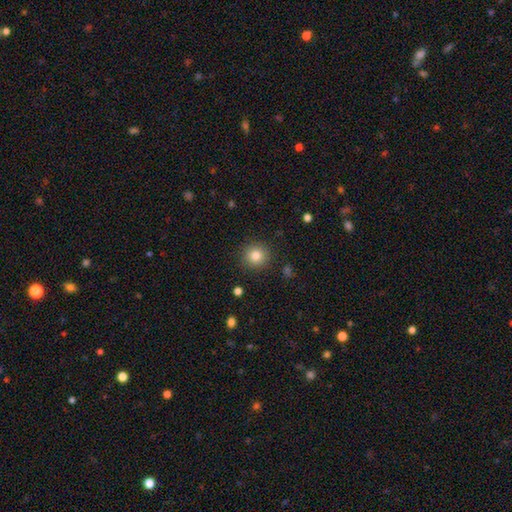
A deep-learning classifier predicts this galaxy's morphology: This is clearly a smooth galaxy (82%). How rounded: clearly round (93%). Merging: clearly none (90%).